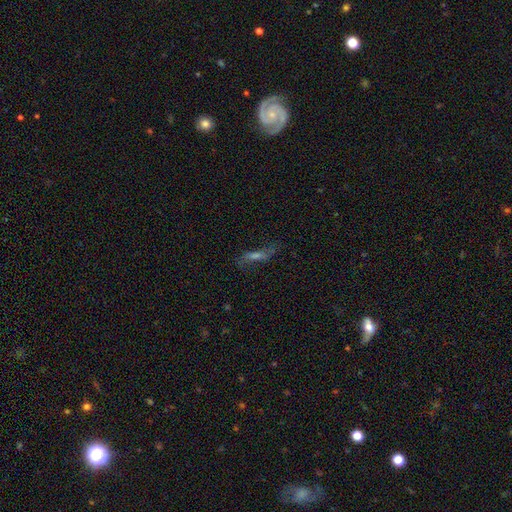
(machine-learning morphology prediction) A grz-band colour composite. It shows a featured or disk galaxy (47%). Merging: none (65%).